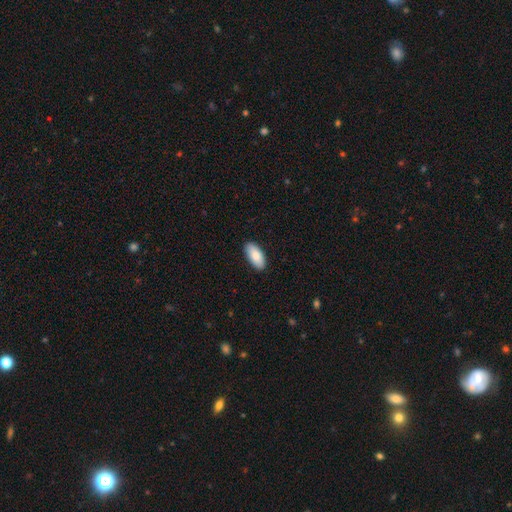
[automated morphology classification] This is clearly a smooth galaxy (86%). How rounded: clearly in between (92%). Merging: clearly none (89%).